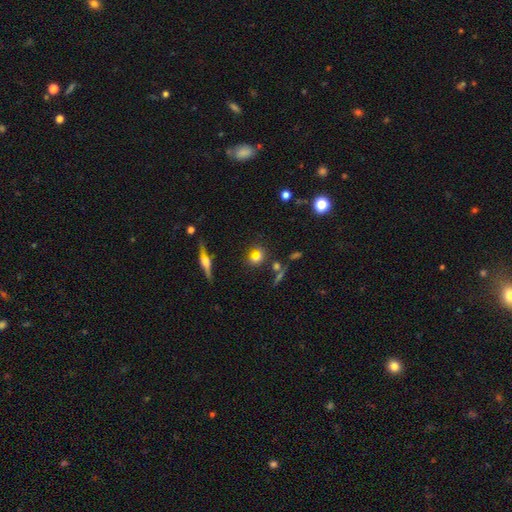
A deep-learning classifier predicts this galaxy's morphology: A smooth galaxy with no disk features (50%) that is round (63%). Merging: none (64%).